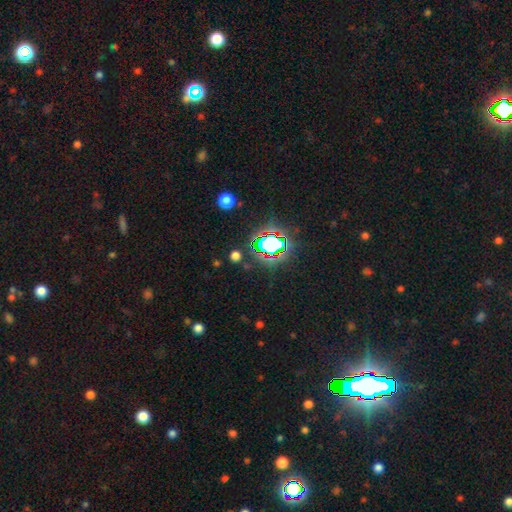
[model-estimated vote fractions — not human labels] Smooth or featured? Predicted: star or artifact (p=0.81).